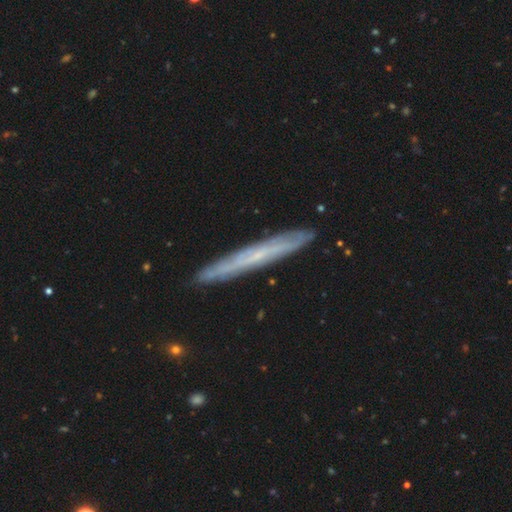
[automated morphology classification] A featured or disk galaxy (59%) viewed edge-on (86%) with no central bulge (79%).

Vote fractions:
- Smooth or featured? featured or disk: 59% / smooth: 34% / star or artifact: 7%
- Edge-on disk? yes: 86% / no: 14%
- Edge-on bulge? none: 79% / rounded: 18% / boxy: 3%
- Merging? none: 88% / minor disturbance: 9% / major disturbance: 1% / merger: 1%